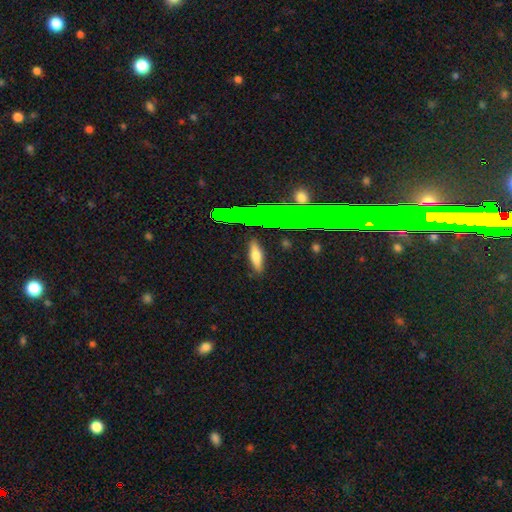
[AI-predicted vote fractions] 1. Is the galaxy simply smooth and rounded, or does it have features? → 63% smooth, 25% featured or disk, 12% star or artifact.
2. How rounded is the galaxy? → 52% in between, 45% cigar-shaped, 3% round.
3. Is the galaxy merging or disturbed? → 85% none, 11% minor disturbance, 3% major disturbance, 2% merger.